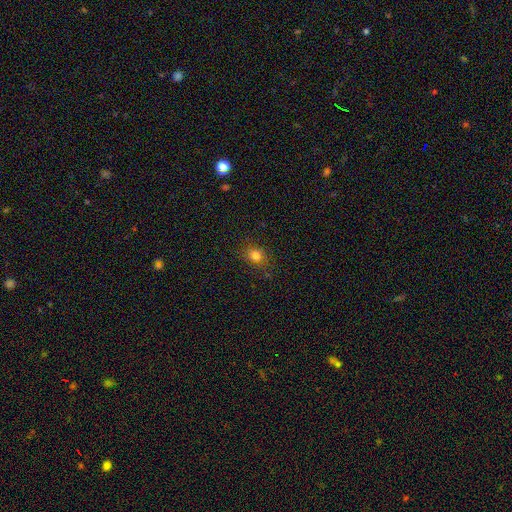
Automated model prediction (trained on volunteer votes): The model was most divided on "how rounded": round: 60%, in between: 39%, cigar-shaped: 1%. More confident: merging — none (81%); smooth or featured — smooth (80%).